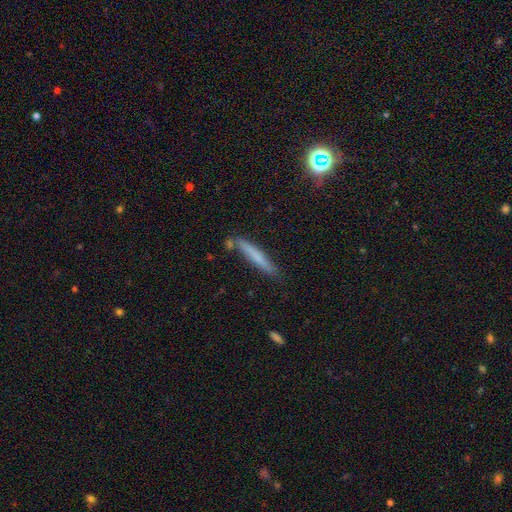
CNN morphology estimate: This appears to be a smooth galaxy with no disk features (64%) that is cigar-shaped (95%). Merging: none (79%).